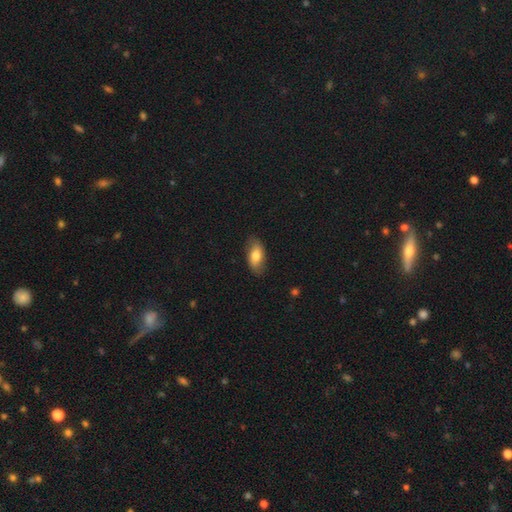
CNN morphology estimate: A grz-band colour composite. It shows a smooth galaxy with no disk features (72%) that is in between round and cigar-shaped (91%). Merging: none (81%).